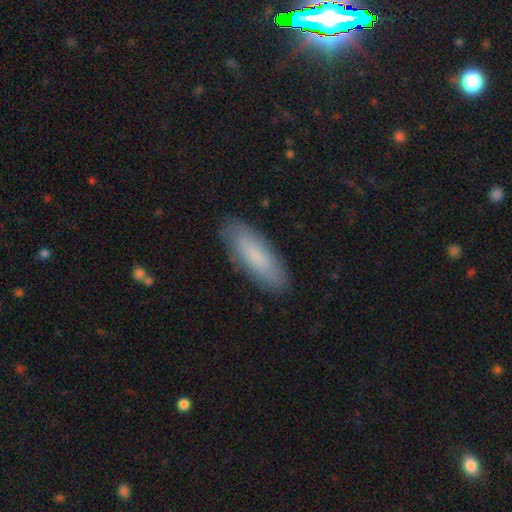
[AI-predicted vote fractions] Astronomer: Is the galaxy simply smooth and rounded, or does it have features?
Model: smooth — 75%.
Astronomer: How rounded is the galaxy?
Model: in between — 60% (runner-up: cigar-shaped, 39%).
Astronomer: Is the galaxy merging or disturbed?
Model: none — 84%.